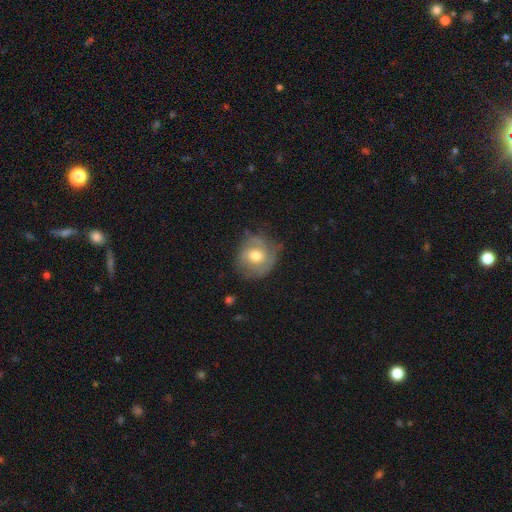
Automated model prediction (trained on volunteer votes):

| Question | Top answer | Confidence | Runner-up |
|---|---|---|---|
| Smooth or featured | smooth | 47% | featured or disk (45%) |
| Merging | none | 62% | minor disturbance (26%) |